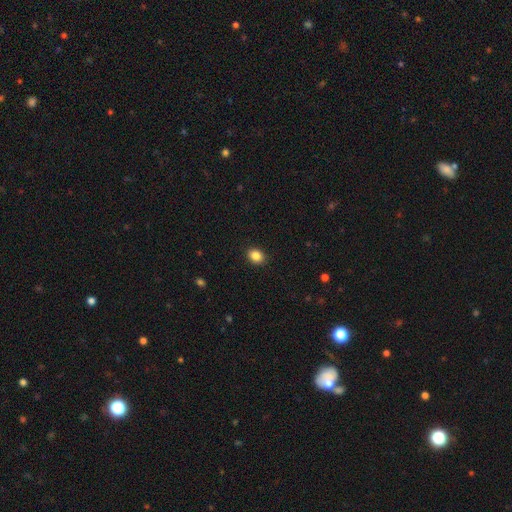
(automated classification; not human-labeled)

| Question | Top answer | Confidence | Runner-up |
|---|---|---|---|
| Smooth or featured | smooth | 86% | star or artifact (9%) |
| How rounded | round | 50% | in between (49%) |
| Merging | none | 90% | minor disturbance (7%) |